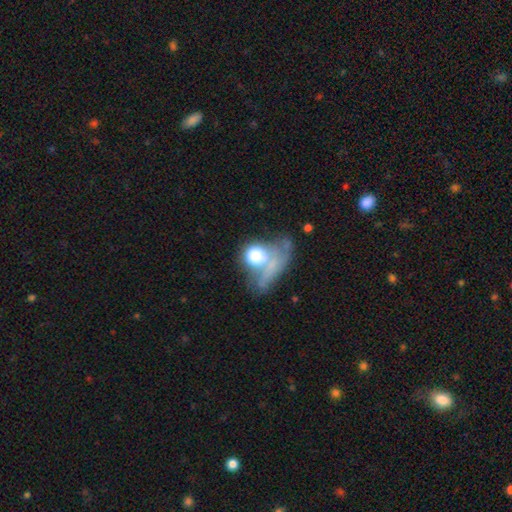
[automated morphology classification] A smooth galaxy with no disk features (60%) that is round (50%).

Vote fractions:
- Smooth or featured? smooth: 60% / featured or disk: 31% / star or artifact: 9%
- How rounded? round: 50% / in between: 47% / cigar-shaped: 3%
- Merging? major disturbance: 39% / merger: 28% / none: 18% / minor disturbance: 14%